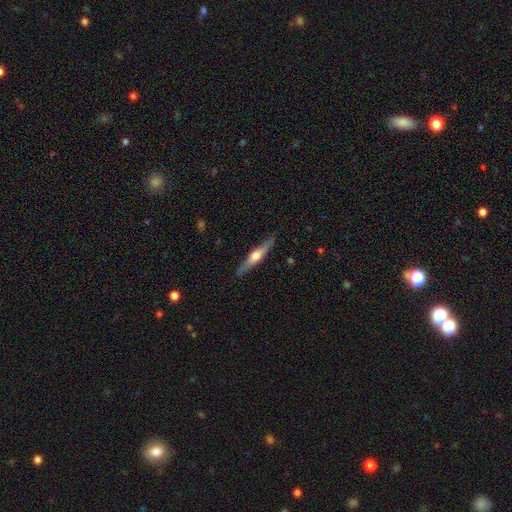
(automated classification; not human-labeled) A featured or disk galaxy (63%) viewed edge-on (96%) with a rounded central bulge (90%). Merging: none (89%).